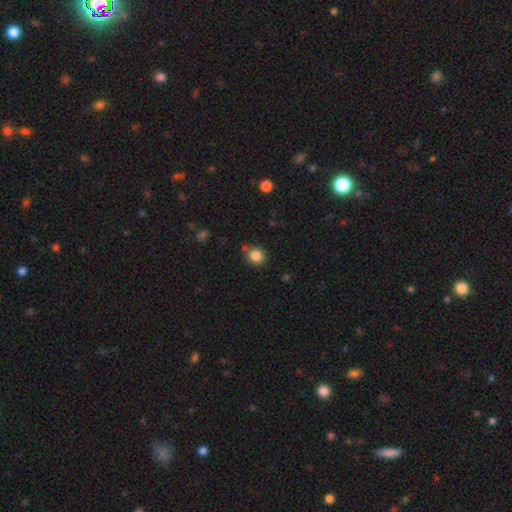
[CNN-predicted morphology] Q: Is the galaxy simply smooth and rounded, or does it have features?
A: smooth — 85%.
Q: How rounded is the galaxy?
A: round — 76%.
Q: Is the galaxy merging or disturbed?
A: none — 75%.